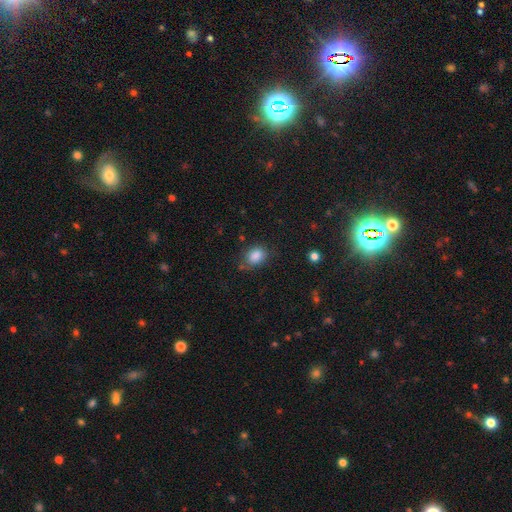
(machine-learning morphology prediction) Overall: smooth (85%). How rounded: in between (67%; round 31%). Merging: none (68%).